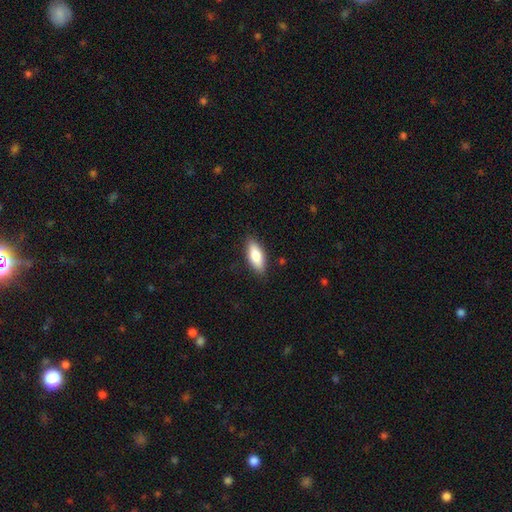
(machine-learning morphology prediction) The model was most divided on "how rounded": in between: 79%, cigar-shaped: 19%, round: 2%. More confident: merging — none (86%); smooth or featured — smooth (81%).